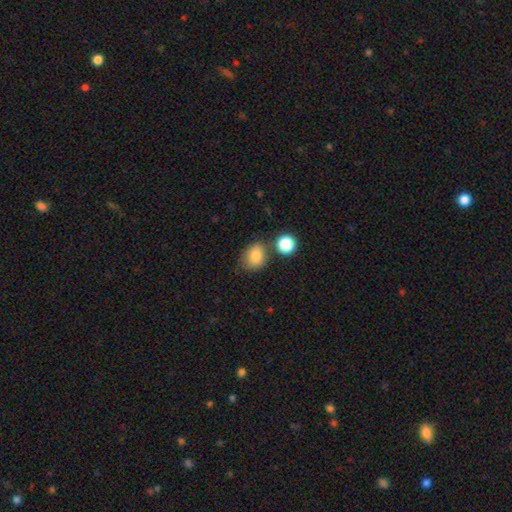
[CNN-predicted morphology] smooth 82%, star or artifact 10%, featured or disk 8%. Down the decision tree: how rounded — round (50%); merging — none (61%).